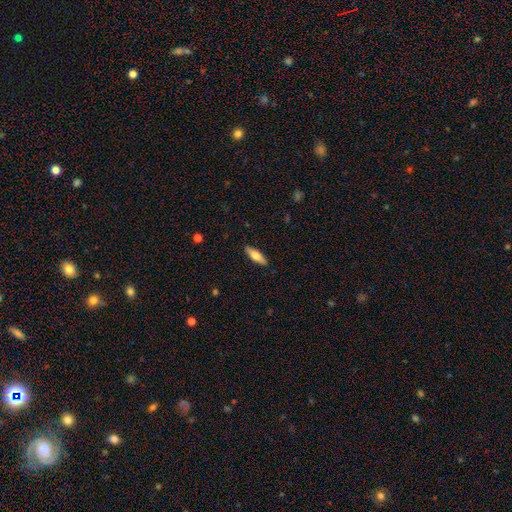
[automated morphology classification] smooth 66%, featured or disk 28%, star or artifact 6%. Down the decision tree: how rounded — in between (50%); merging — none (89%).